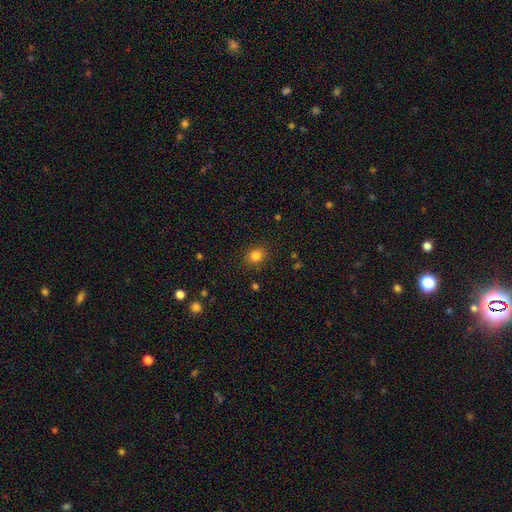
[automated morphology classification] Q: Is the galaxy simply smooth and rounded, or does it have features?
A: smooth — 82%.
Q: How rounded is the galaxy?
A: round — 69%.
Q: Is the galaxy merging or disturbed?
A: none — 87%.